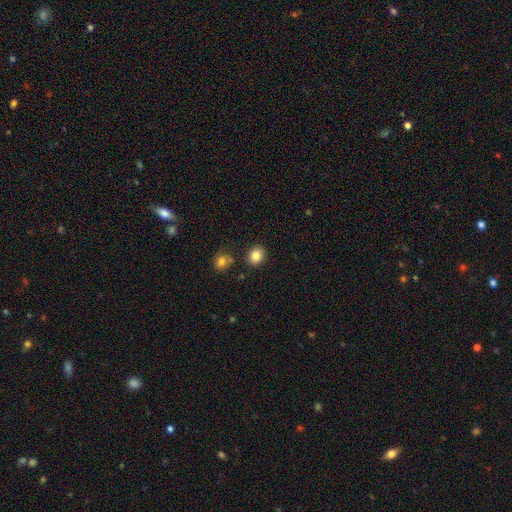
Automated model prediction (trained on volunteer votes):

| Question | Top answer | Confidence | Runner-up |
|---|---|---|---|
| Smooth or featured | smooth | 83% | star or artifact (10%) |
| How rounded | round | 73% | in between (27%) |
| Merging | none | 85% | minor disturbance (9%) |